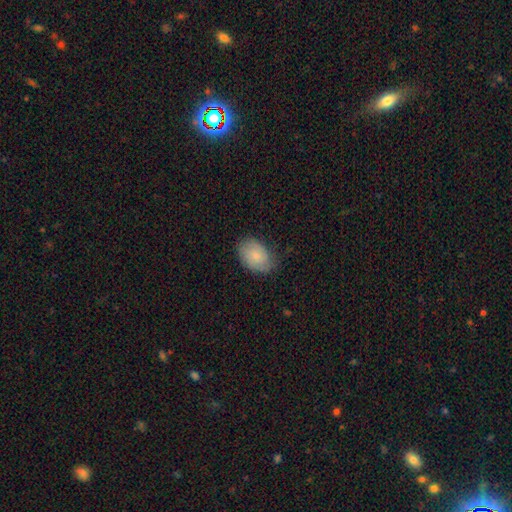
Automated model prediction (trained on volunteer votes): smooth-or-featured: smooth: 71% | featured or disk: 22% | star or artifact: 7%
  how-rounded: in between: 79% | round: 20% | cigar-shaped: 1%
  merging: none: 72% | minor disturbance: 22% | major disturbance: 5% | merger: 1%